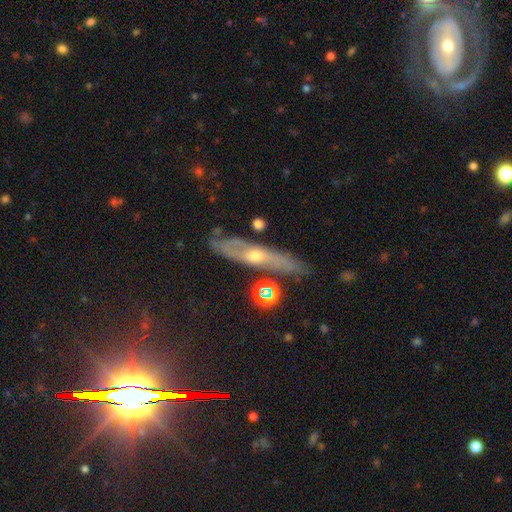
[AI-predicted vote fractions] The model was most divided on "edge-on disk": yes: 60%, no: 40%. More confident: merging — none (74%); smooth or featured — featured or disk (65%).